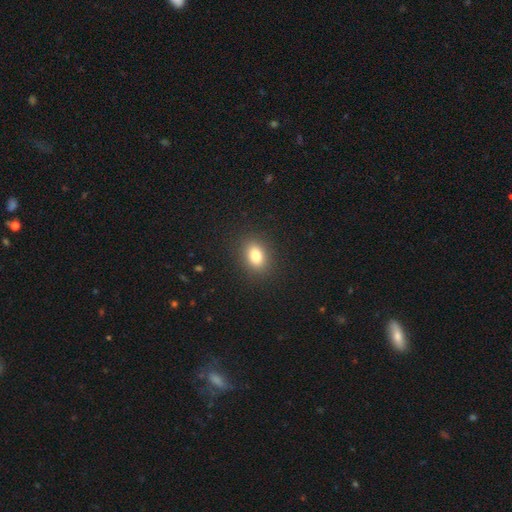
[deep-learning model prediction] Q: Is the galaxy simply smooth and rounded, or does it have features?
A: smooth — 81%.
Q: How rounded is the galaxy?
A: in between — 72%.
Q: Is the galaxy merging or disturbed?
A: none — 88%.